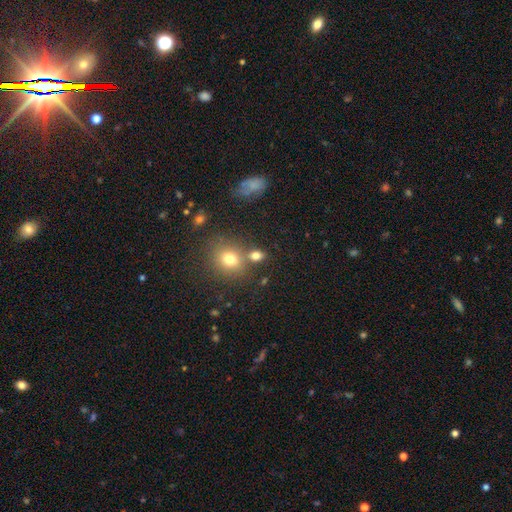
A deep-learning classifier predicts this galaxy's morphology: Smooth or featured? smooth (75%)
How rounded? in between (55%)
Merging? none (65%)